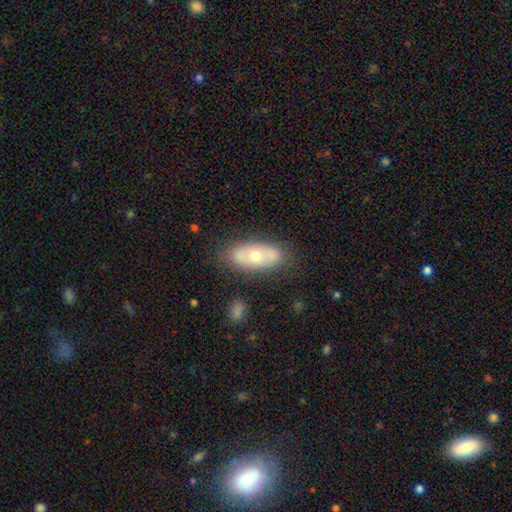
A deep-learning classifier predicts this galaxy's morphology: Overall: smooth (51%; featured or disk 42%). How rounded: in between (84%). Merging: none (77%).